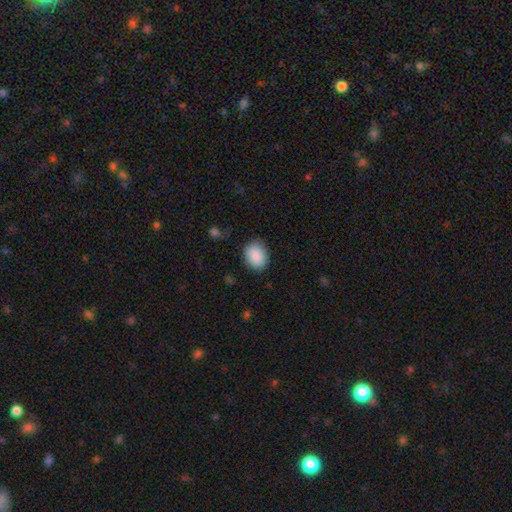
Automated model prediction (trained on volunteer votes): Smooth or featured: smooth — 88% (star or artifact — 7%)
How rounded: in between — 64% (round — 35%)
Merging: none — 82% (minor disturbance — 13%)